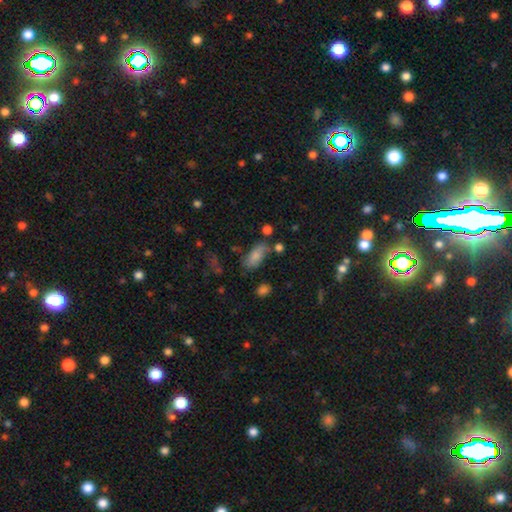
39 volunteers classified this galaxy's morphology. Q: Smooth or featured?
A: smooth (67%); runner-up: featured or disk (26%)
Q: How rounded?
A: in between (92%); runner-up: round (4%)
Q: Merging?
A: none (64%); runner-up: minor disturbance (22%)